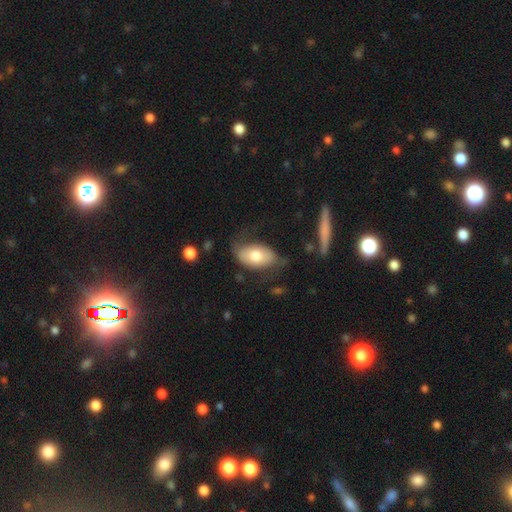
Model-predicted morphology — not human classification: Smooth or featured? Predicted: smooth (p=0.61). How rounded? Predicted: in between (p=0.91). Merging? Predicted: none (p=0.53).